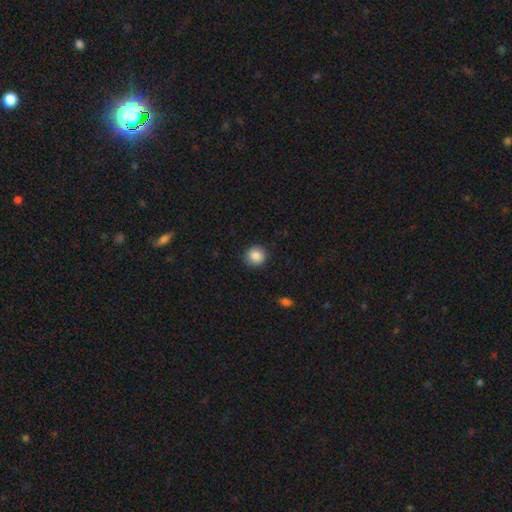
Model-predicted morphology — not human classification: A smooth galaxy with no disk features (87%) that is round (93%). Merging: none (90%).